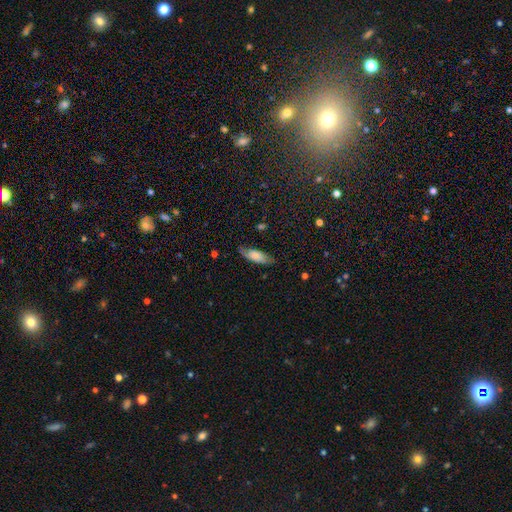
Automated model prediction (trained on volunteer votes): Overall: smooth (70%). How rounded: in between (67%; cigar-shaped 31%). Merging: none (71%).